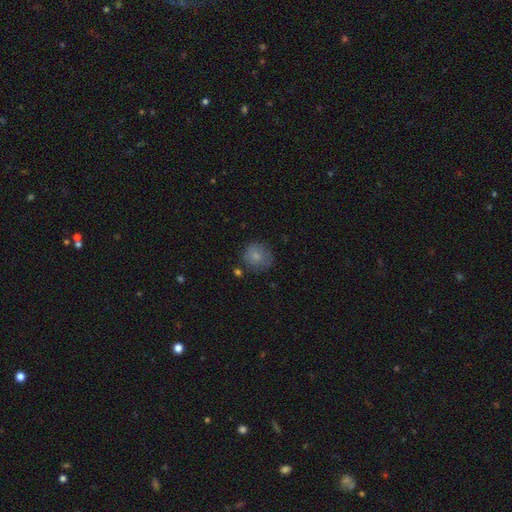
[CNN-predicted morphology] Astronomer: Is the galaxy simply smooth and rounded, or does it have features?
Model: smooth — 79%.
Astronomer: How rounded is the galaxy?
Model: round — 86%.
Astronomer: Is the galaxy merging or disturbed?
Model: none — 69%.